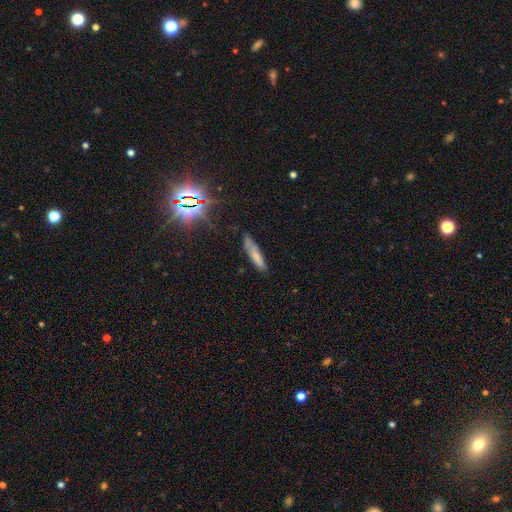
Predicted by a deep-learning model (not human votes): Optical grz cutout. It shows a smooth galaxy with no disk features (65%) that is cigar-shaped (80%). Merging: none (69%).